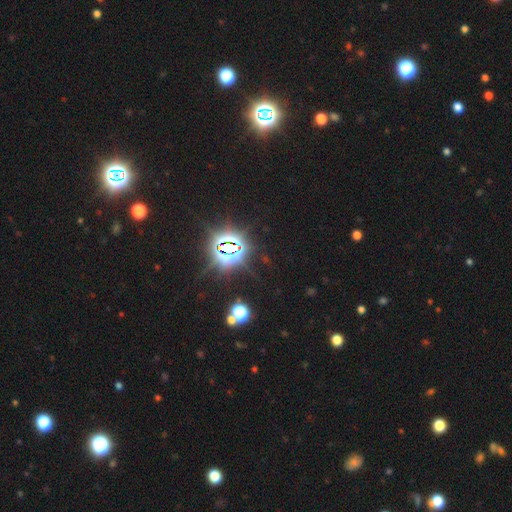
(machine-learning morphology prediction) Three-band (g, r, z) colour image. It shows a star or artifact, not a galaxy (82%).